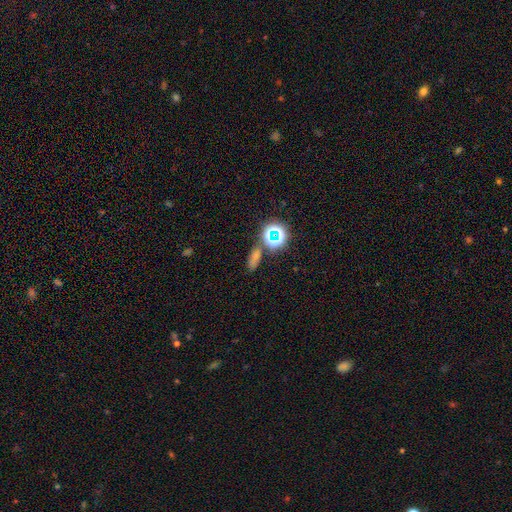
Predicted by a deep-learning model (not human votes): Smooth or featured: star or artifact — 52% (smooth — 36%)